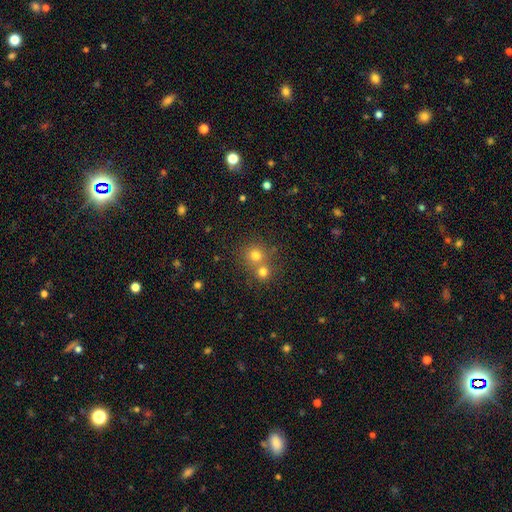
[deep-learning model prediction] Morphology: type=smooth (72%); roundness=round (89%); merging=none (55%).